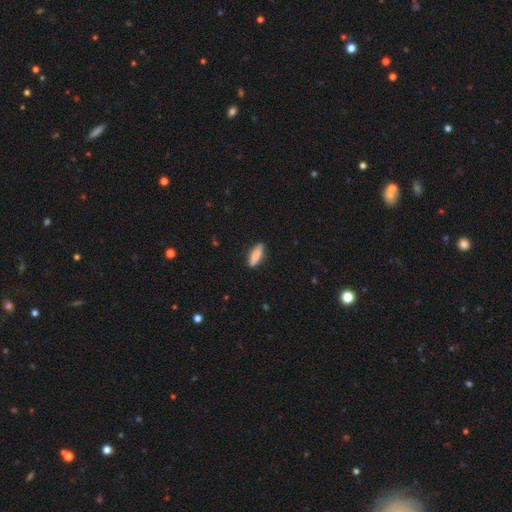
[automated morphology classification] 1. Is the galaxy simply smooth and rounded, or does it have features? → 86% smooth, 8% featured or disk, 6% star or artifact.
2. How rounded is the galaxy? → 53% in between, 45% cigar-shaped, 2% round.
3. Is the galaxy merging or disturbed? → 85% none, 11% minor disturbance, 2% major disturbance, 1% merger.